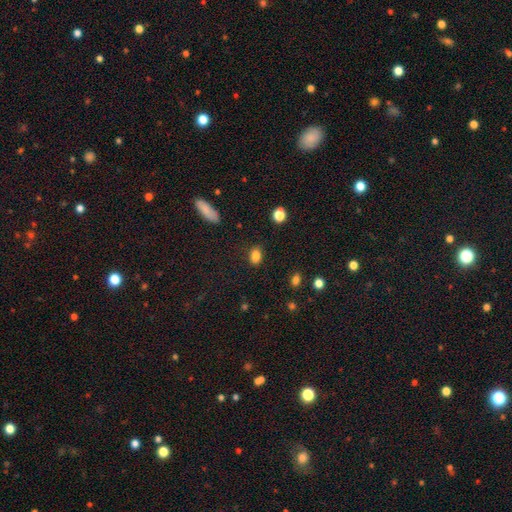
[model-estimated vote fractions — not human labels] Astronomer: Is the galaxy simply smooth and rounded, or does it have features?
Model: smooth — 84%.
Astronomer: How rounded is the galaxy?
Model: in between — 79%.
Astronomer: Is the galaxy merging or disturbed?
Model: none — 84%.